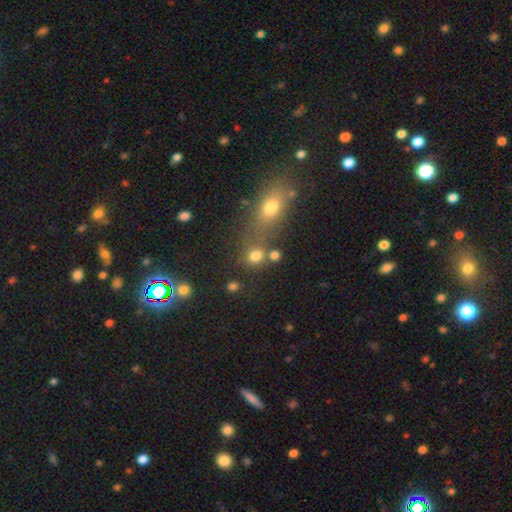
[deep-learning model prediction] Smooth or featured? Predicted: smooth (p=0.76). How rounded? Predicted: round (p=0.66). Merging? Predicted: none (p=0.53).